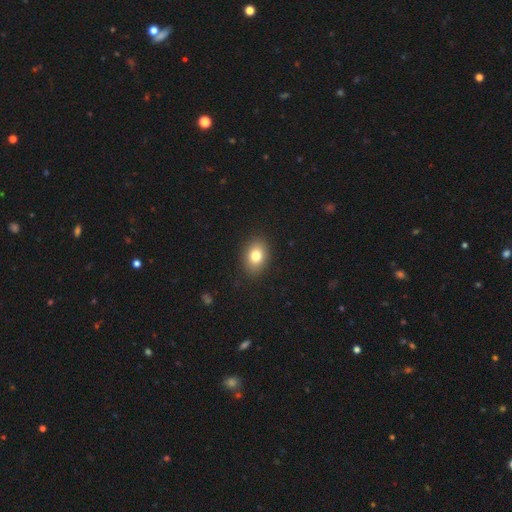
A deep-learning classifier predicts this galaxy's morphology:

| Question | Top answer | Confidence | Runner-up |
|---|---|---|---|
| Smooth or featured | smooth | 80% | featured or disk (10%) |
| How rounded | in between | 72% | round (27%) |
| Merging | none | 89% | minor disturbance (8%) |